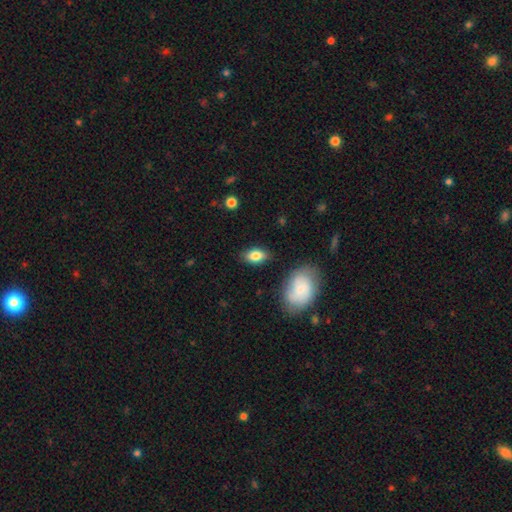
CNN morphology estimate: Smooth or featured: smooth — 81% (featured or disk — 12%)
How rounded: in between — 89% (round — 8%)
Merging: none — 82% (minor disturbance — 12%)